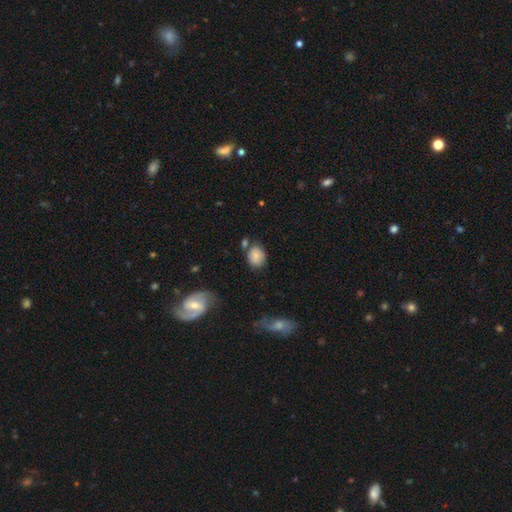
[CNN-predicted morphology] Smooth or featured: smooth — 78% (featured or disk — 13%)
How rounded: round — 51% (in between — 48%)
Merging: none — 64% (minor disturbance — 18%)